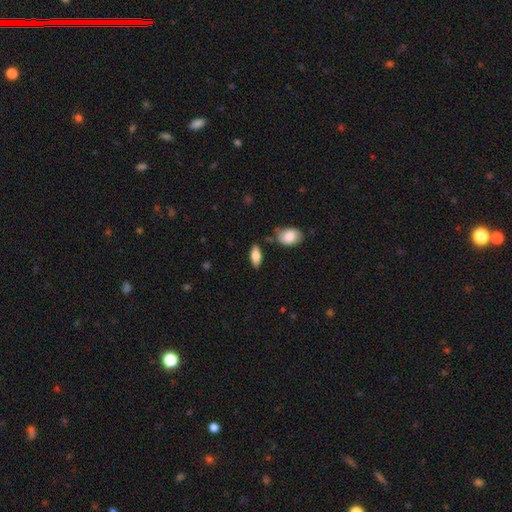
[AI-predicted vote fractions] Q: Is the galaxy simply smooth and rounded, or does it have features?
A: smooth — 80%.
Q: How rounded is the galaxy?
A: in between — 83%.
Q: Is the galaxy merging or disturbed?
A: none — 79%.